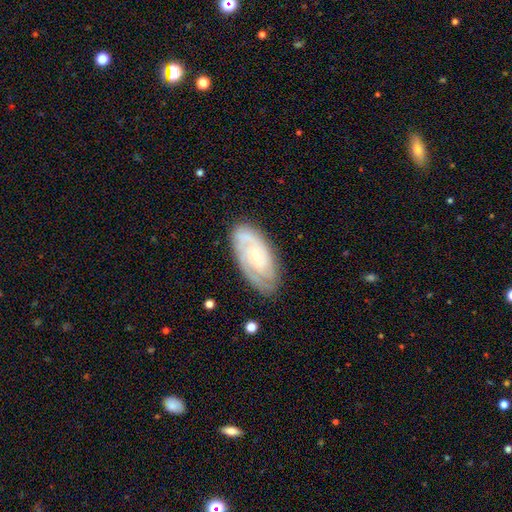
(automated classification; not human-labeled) This is clearly a featured or disk galaxy (81%). It is clearly not viewed edge-on (94%). Bar: likely no (70%). Spiral arm pattern: clearly yes (95%). Spiral arm count: marginally 2 (33%). Spiral winding: likely tight (66%). Central bulge: likely small (69%). Merging: likely none (78%).